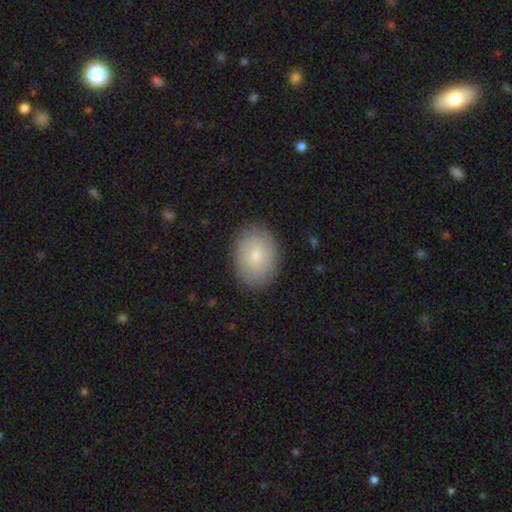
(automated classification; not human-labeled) Smooth or featured? Predicted: smooth (p=0.73). How rounded? Predicted: in between (p=0.70). Merging? Predicted: none (p=0.86).